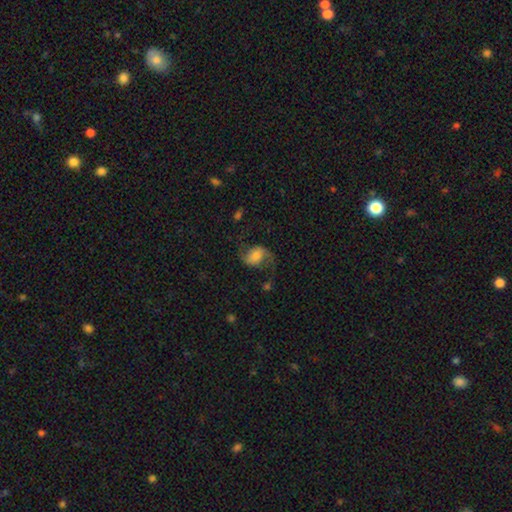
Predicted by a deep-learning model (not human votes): This appears to be a featured or disk galaxy (70%) with no bar (45%), 2 (92%) loose (65%) spiral arms (94%) and a moderate central bulge (43%). Merging: none (66%).